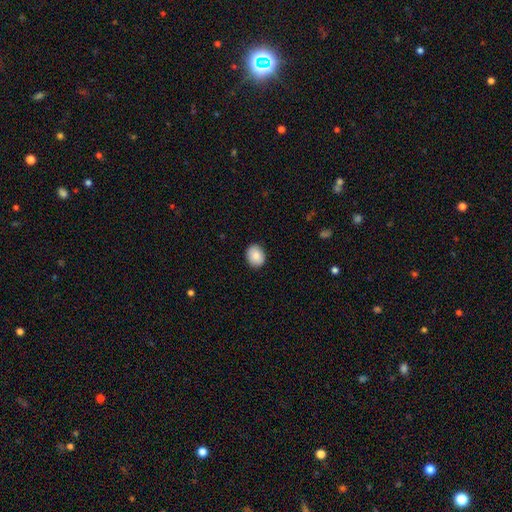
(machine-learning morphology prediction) A smooth galaxy with no disk features (88%) that is in between round and cigar-shaped (51%). Merging: none (89%).